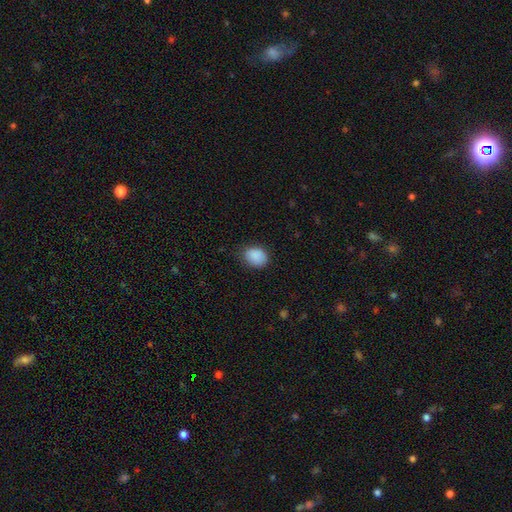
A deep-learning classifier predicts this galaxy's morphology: A smooth galaxy with no disk features (88%) that is in between round and cigar-shaped (55%).

Vote fractions:
- Smooth or featured? smooth: 88% / star or artifact: 8% / featured or disk: 4%
- How rounded? in between: 55% / round: 44% / cigar-shaped: 1%
- Merging? none: 73% / minor disturbance: 21% / major disturbance: 4% / merger: 1%